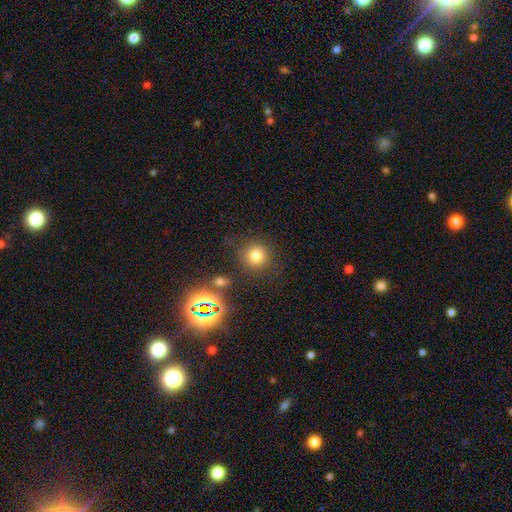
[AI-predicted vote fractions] Smooth or featured? Predicted: smooth (p=0.75). How rounded? Predicted: round (p=0.91). Merging? Predicted: none (p=0.81).